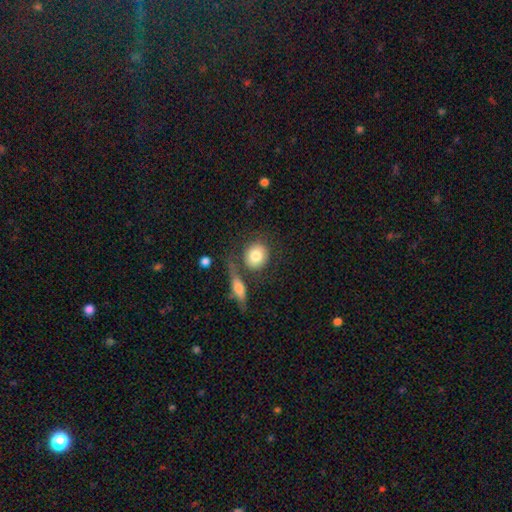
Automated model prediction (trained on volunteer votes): Morphology: type=smooth (80%); roundness=round (76%); merging=none (65%).